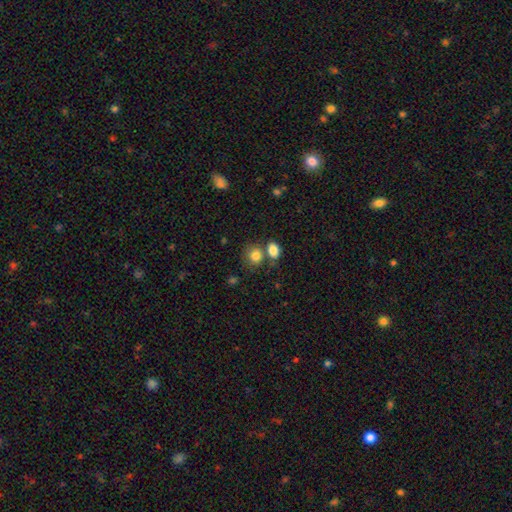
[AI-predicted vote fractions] A smooth galaxy with no disk features (83%) that is round (68%). Merging: none (56%).